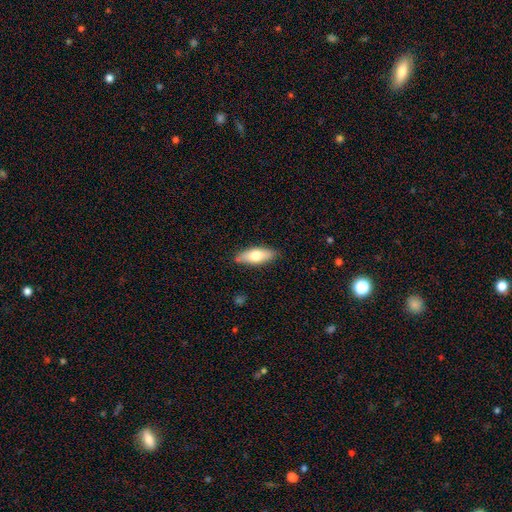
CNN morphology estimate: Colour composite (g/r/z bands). It shows a smooth galaxy with no disk features (68%) that is in between round and cigar-shaped (73%). Merging: none (85%).